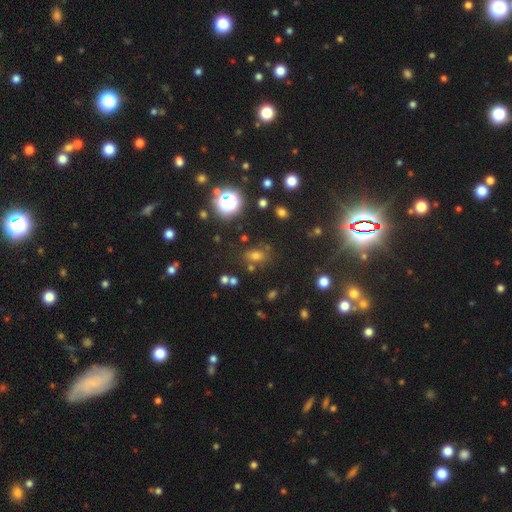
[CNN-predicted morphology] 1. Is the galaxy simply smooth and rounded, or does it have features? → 46% star or artifact, 43% smooth, 10% featured or disk.